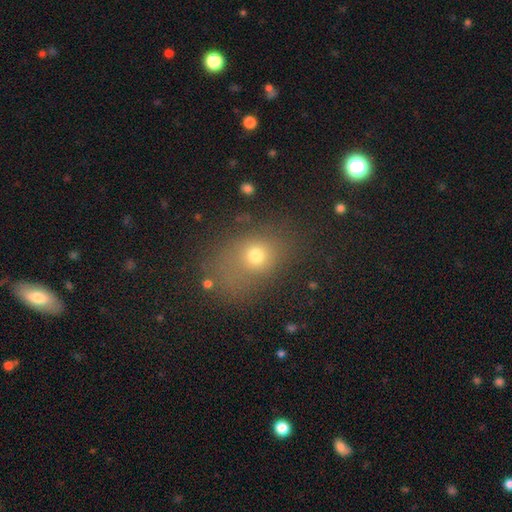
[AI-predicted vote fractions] smooth_or_featured: smooth (p=0.68) [alt: star or artifact p=0.19]
how_rounded: in between (p=0.52) [alt: round p=0.46]
merging: none (p=0.64) [alt: minor disturbance p=0.18]